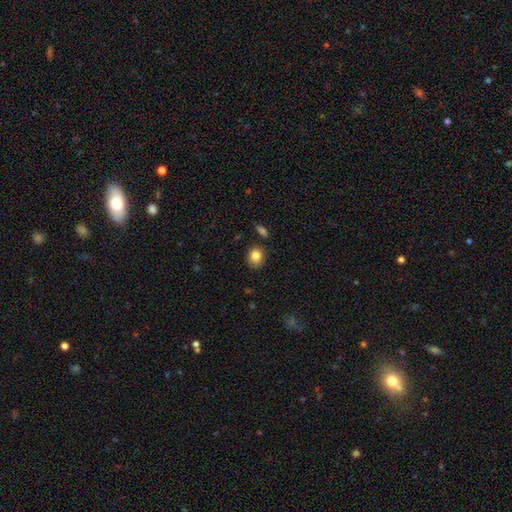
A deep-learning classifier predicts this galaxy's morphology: A smooth galaxy with no disk features (84%) that is round (58%).

Vote fractions:
- Smooth or featured? smooth: 84% / star or artifact: 9% / featured or disk: 7%
- How rounded? round: 58% / in between: 40% / cigar-shaped: 1%
- Merging? none: 84% / minor disturbance: 10% / merger: 3% / major disturbance: 2%